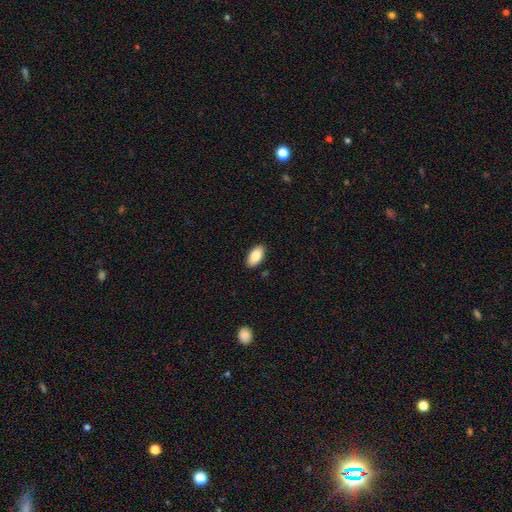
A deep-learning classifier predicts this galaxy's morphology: Smooth or featured? Predicted: smooth (p=0.86). How rounded? Predicted: in between (p=0.94). Merging? Predicted: none (p=0.88).